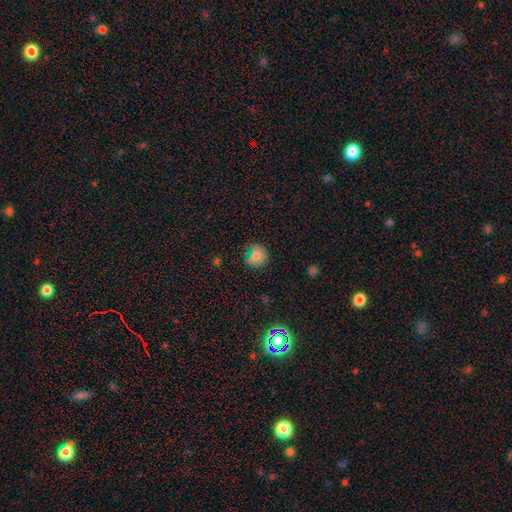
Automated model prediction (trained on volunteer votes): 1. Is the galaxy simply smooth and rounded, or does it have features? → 77% smooth, 14% star or artifact, 10% featured or disk.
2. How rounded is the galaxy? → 85% round, 14% in between, 1% cigar-shaped.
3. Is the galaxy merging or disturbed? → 69% none, 21% minor disturbance, 5% major disturbance, 4% merger.